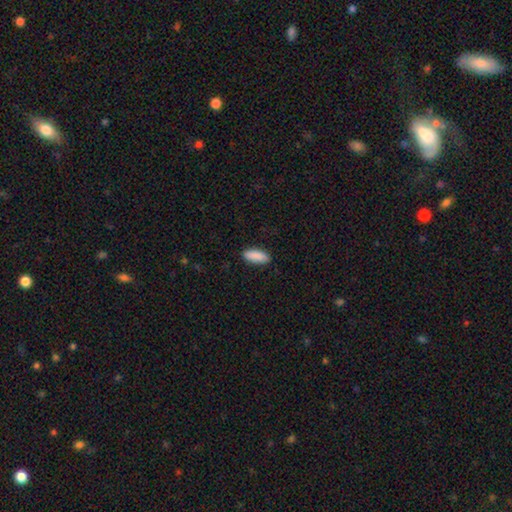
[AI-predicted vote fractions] Overall: smooth (90%). How rounded: in between (72%). Merging: none (89%).